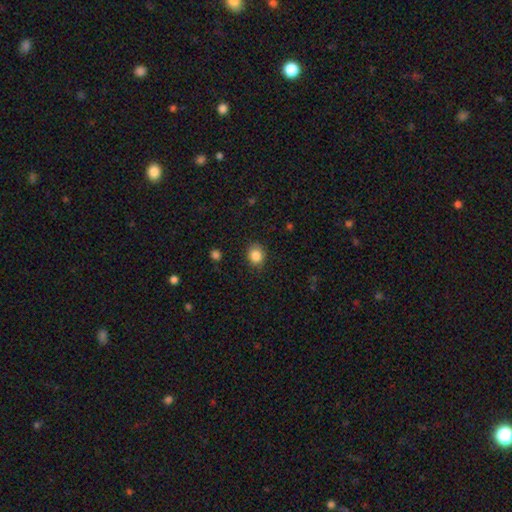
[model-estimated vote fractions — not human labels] A smooth galaxy with no disk features (85%) that is round (69%). Merging: none (83%).